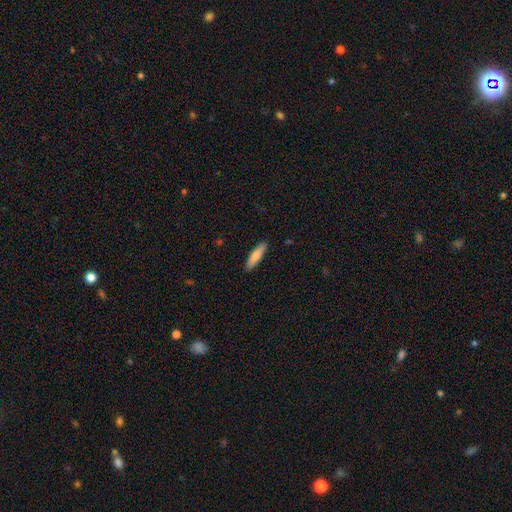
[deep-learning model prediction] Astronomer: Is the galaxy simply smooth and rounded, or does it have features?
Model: smooth — 78%.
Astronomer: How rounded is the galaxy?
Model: cigar-shaped — 72%.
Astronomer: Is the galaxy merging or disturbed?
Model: none — 90%.